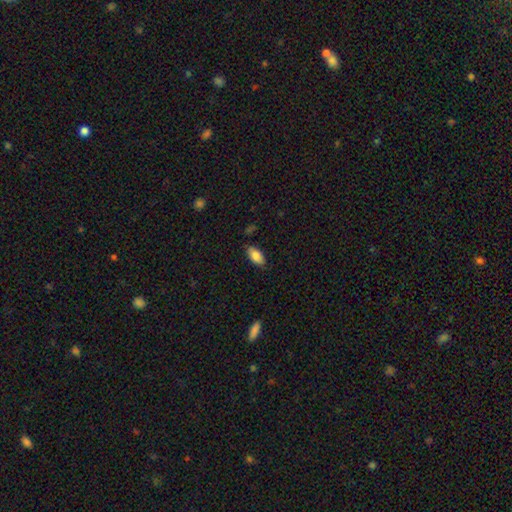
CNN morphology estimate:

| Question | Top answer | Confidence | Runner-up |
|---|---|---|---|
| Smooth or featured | smooth | 84% | featured or disk (9%) |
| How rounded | in between | 92% | cigar-shaped (6%) |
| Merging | none | 80% | minor disturbance (16%) |